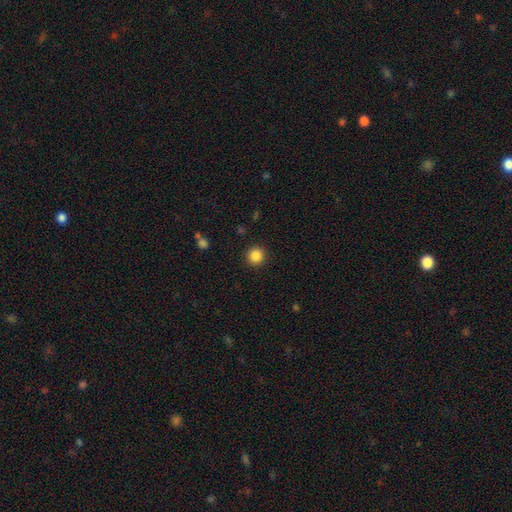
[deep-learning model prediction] This is clearly a smooth galaxy (86%). How rounded: clearly round (94%). Merging: clearly none (91%).